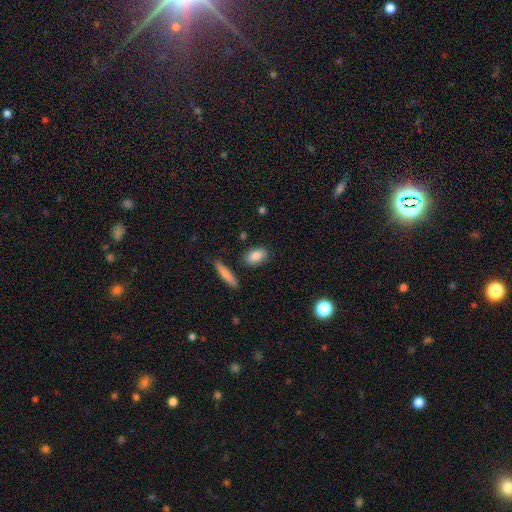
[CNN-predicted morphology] Q: Smooth or featured?
A: smooth (85%); runner-up: featured or disk (8%)
Q: How rounded?
A: in between (85%); runner-up: round (8%)
Q: Merging?
A: none (82%); runner-up: minor disturbance (12%)